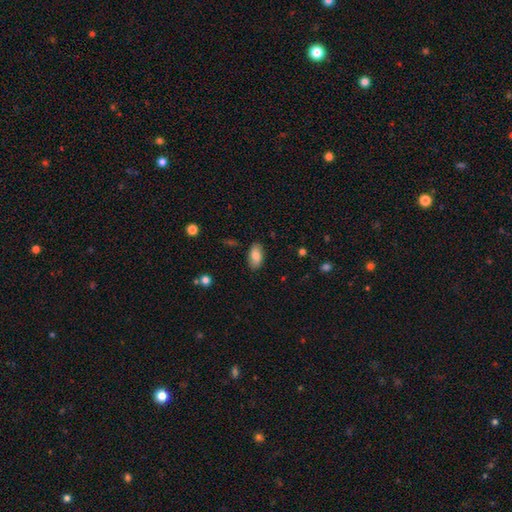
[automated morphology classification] Smooth or featured: smooth — 83% (featured or disk — 10%)
How rounded: in between — 94% (round — 4%)
Merging: none — 85% (minor disturbance — 12%)